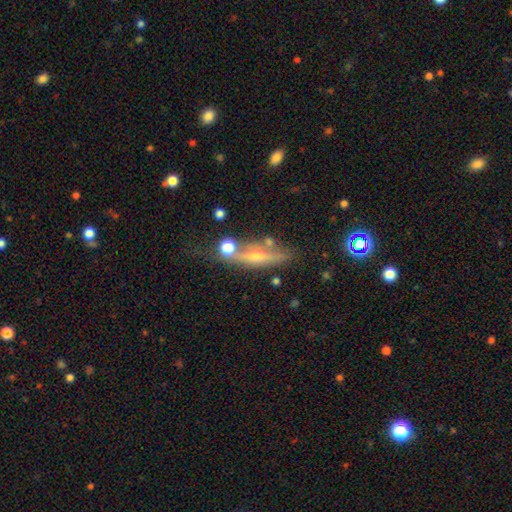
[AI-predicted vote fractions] Smooth or featured? Predicted: featured or disk (p=0.60). Edge-on disk? Predicted: yes (p=0.83). Merging? Predicted: none (p=0.57).